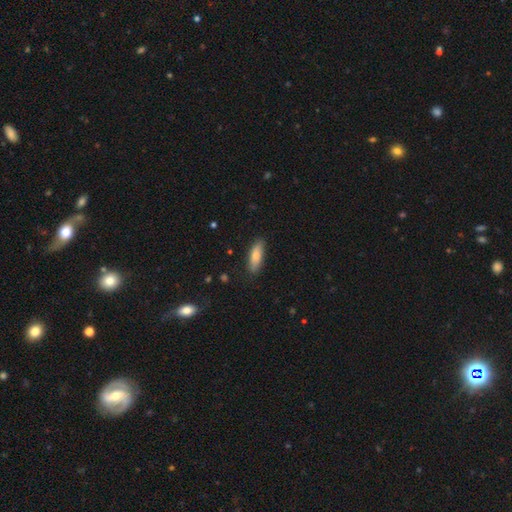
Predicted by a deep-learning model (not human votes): The model was most divided on "how rounded": in between: 56%, cigar-shaped: 42%, round: 2%. More confident: merging — none (85%); smooth or featured — smooth (79%).